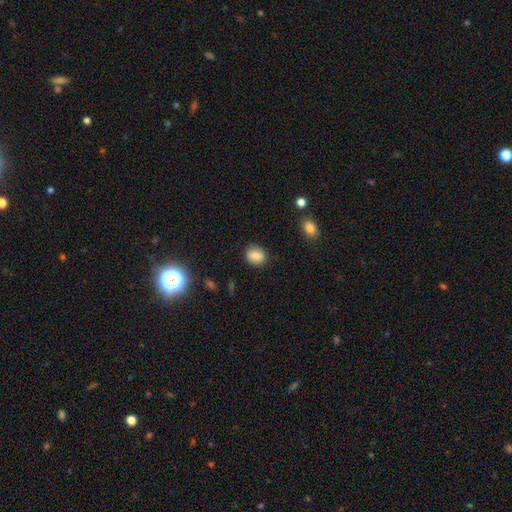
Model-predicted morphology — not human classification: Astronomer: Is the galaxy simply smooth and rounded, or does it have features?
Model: smooth — 83%.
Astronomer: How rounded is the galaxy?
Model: round — 51% (runner-up: in between, 47%).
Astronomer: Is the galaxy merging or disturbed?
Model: none — 84%.